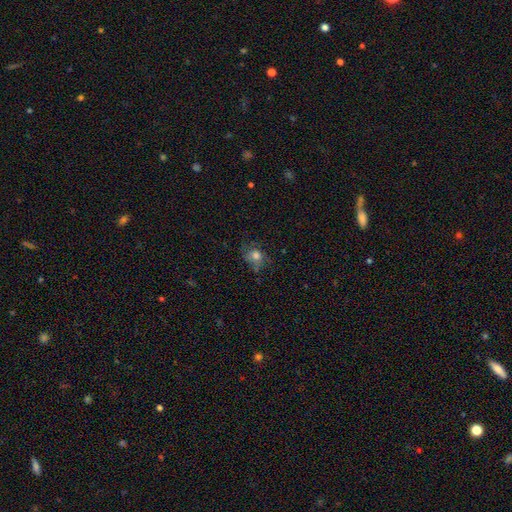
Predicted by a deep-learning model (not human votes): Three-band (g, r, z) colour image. It shows a smooth galaxy with no disk features (61%) that is round (59%). Merging: none (56%).